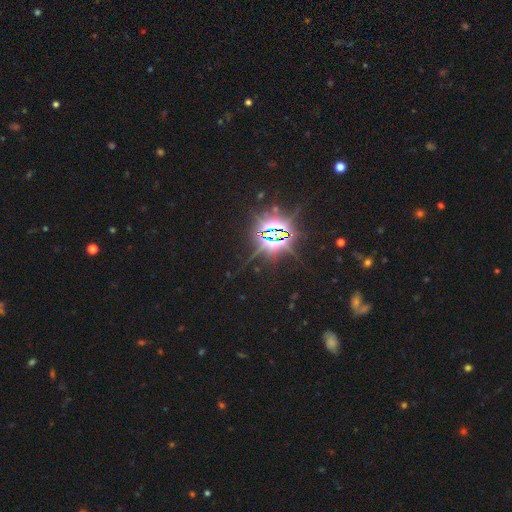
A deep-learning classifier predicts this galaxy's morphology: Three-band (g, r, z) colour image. It shows a star or artifact, not a galaxy (86%).